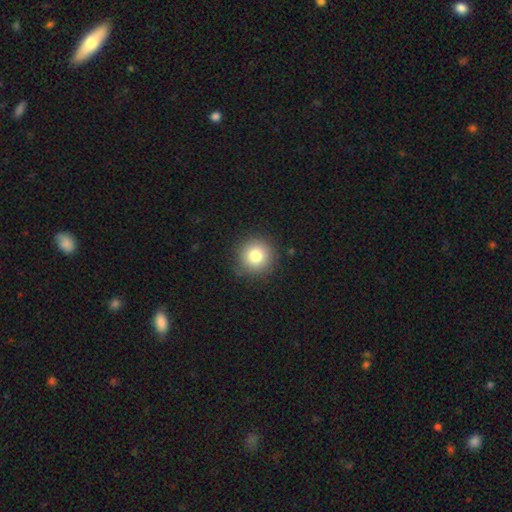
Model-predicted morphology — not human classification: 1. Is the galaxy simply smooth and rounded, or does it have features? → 81% smooth, 11% star or artifact, 8% featured or disk.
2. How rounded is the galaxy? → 94% round, 5% in between, 1% cigar-shaped.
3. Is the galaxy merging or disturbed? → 87% none, 9% minor disturbance, 3% major disturbance, 1% merger.